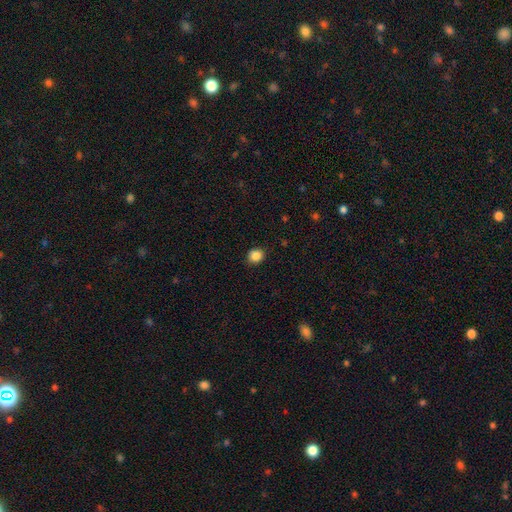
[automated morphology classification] type=smooth (86%); roundness=round (75%); merging=none (87%).